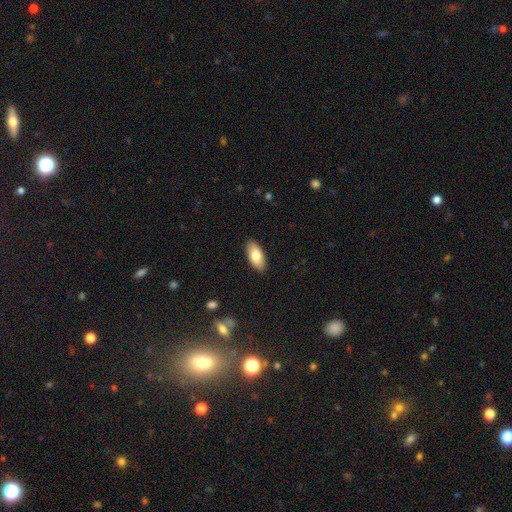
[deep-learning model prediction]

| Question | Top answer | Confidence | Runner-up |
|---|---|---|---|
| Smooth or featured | smooth | 78% | featured or disk (15%) |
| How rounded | in between | 90% | cigar-shaped (8%) |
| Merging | none | 89% | minor disturbance (8%) |